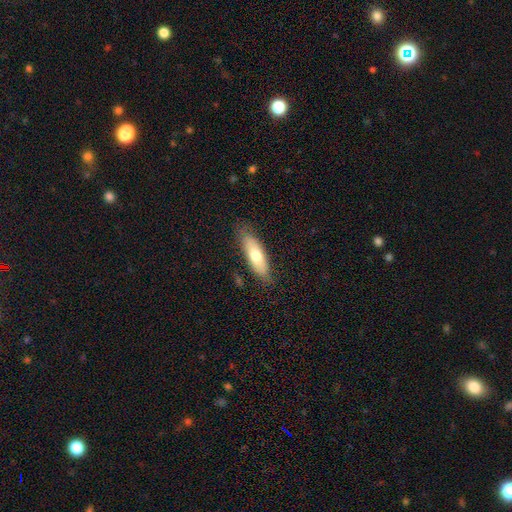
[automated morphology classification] Q: Smooth or featured?
A: smooth (68%); runner-up: featured or disk (26%)
Q: How rounded?
A: in between (55%); runner-up: cigar-shaped (43%)
Q: Merging?
A: none (81%); runner-up: minor disturbance (14%)